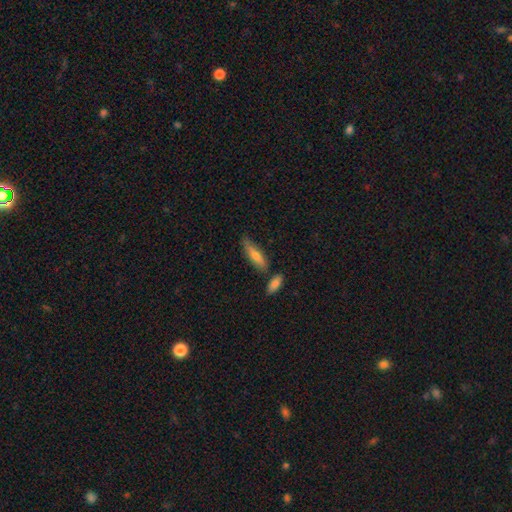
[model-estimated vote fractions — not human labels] This is likely a smooth galaxy (68%). How rounded: likely cigar-shaped (66%). Merging: likely none (67%).